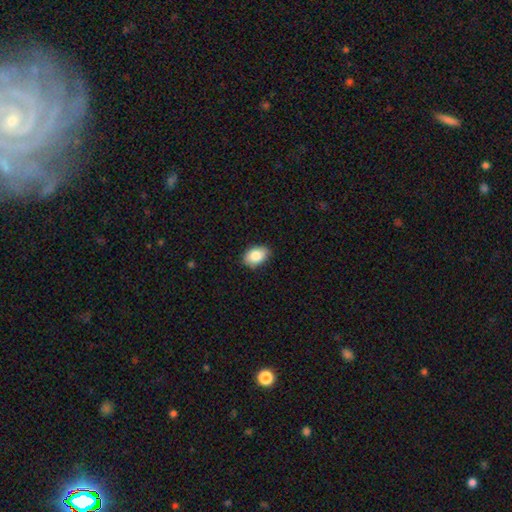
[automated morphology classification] smooth_or_featured: smooth (p=0.86) [alt: featured or disk p=0.07]
how_rounded: in between (p=0.86) [alt: round p=0.13]
merging: none (p=0.85) [alt: minor disturbance p=0.12]